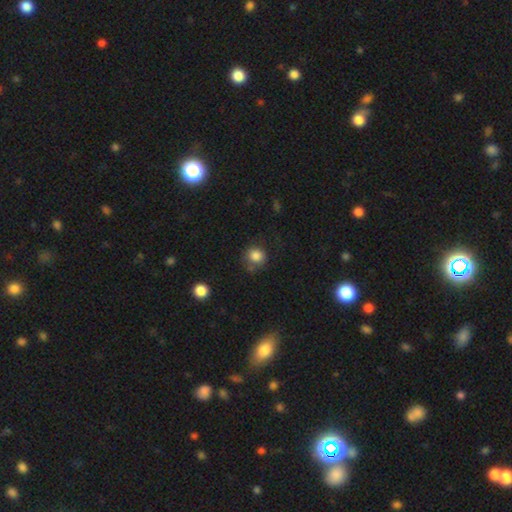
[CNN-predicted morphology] This is clearly a smooth galaxy (83%). How rounded: clearly round (87%). Merging: likely none (67%).